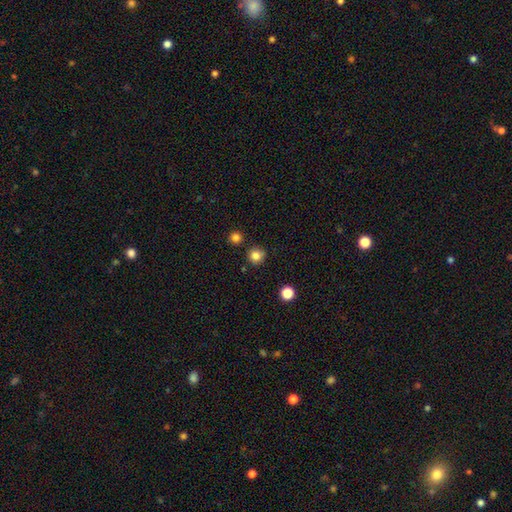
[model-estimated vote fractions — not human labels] smooth-or-featured: smooth: 82% | star or artifact: 13% | featured or disk: 5%
  how-rounded: round: 92% | in between: 7% | cigar-shaped: 1%
  merging: none: 84% | minor disturbance: 9% | merger: 5% | major disturbance: 2%